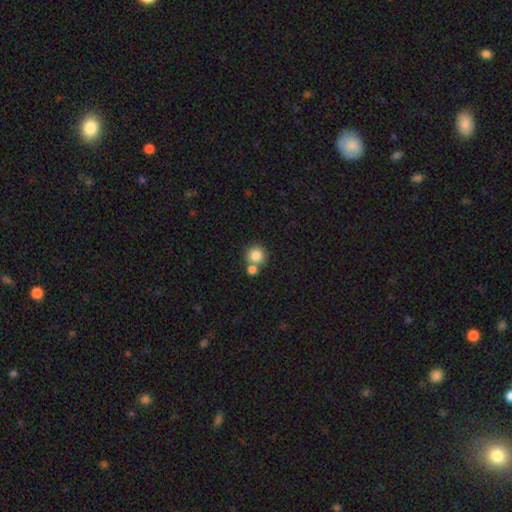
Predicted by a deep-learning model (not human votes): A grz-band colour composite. It shows a smooth galaxy with no disk features (83%) that is round (92%). Merging: none (60%).